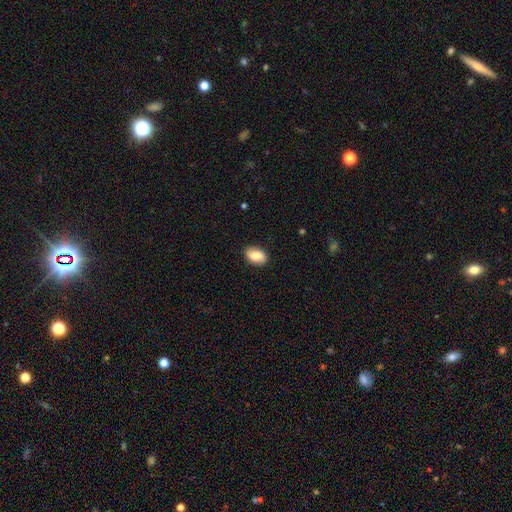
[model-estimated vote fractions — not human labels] Morphology: type=smooth (63%); roundness=in between (84%); merging=none (87%).